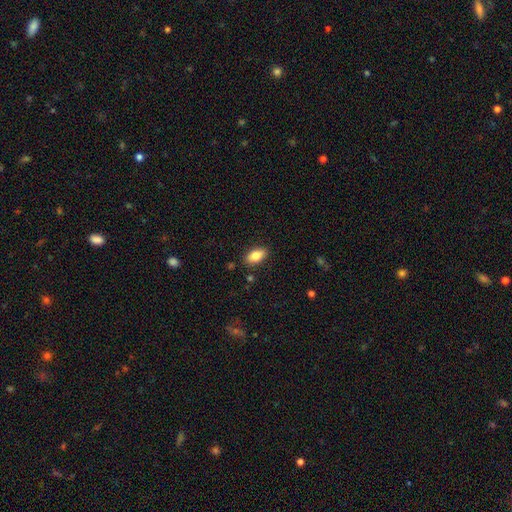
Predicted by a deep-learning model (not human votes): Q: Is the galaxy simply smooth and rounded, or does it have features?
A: smooth — 82%.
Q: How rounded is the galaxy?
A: in between — 90%.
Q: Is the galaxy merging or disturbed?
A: none — 87%.